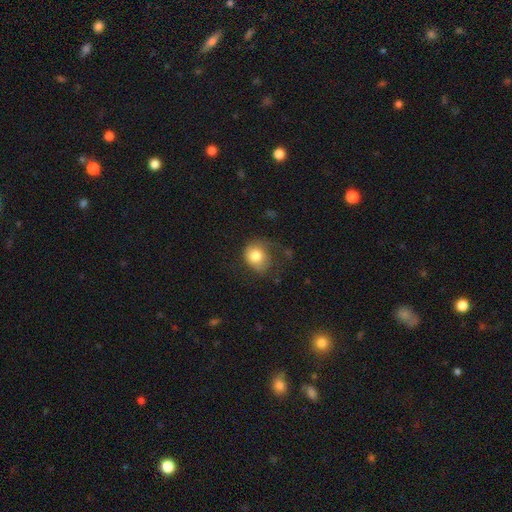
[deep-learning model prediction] A smooth galaxy with no disk features (76%) that is round (66%).

Vote fractions:
- Smooth or featured? smooth: 76% / featured or disk: 15% / star or artifact: 9%
- How rounded? round: 66% / in between: 33% / cigar-shaped: 1%
- Merging? none: 40% / minor disturbance: 30% / major disturbance: 28% / merger: 2%